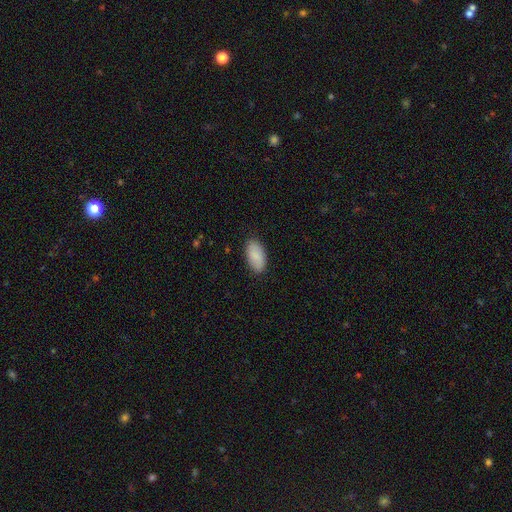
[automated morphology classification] Smooth or featured? Predicted: smooth (p=0.88). How rounded? Predicted: in between (p=0.95). Merging? Predicted: none (p=0.87).